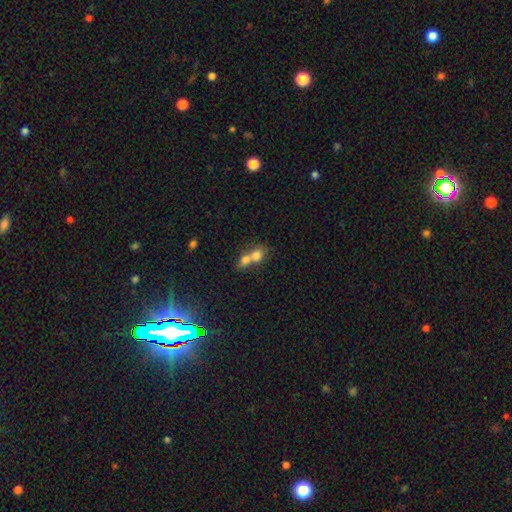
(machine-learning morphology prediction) Smooth or featured? Predicted: smooth (p=0.73). How rounded? Predicted: round (p=0.51). Merging? Predicted: merger (p=0.75).